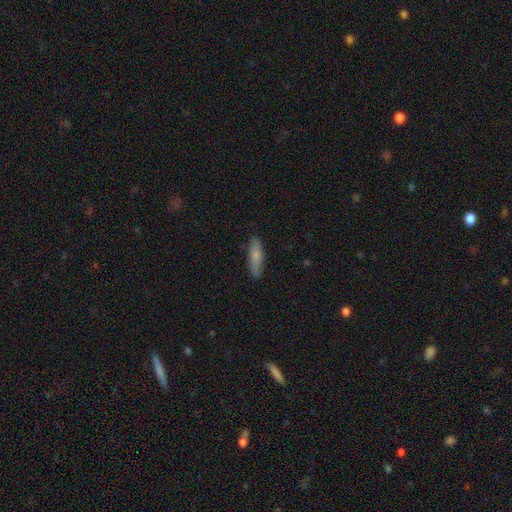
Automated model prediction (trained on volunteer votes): Smooth or featured? smooth (74%)
How rounded? cigar-shaped (67%)
Merging? none (83%)